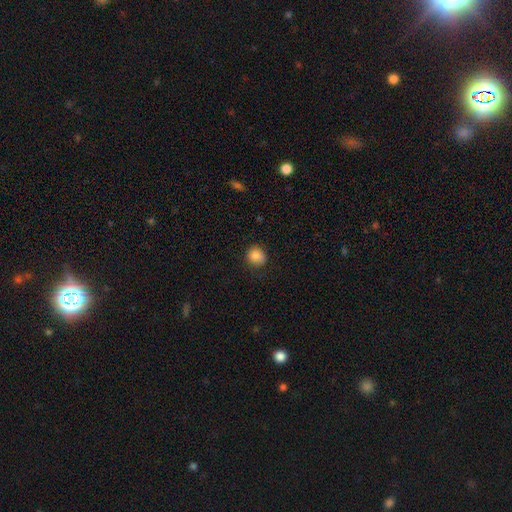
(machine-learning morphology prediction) A smooth galaxy with no disk features (85%) that is round (83%).

Vote fractions:
- Smooth or featured? smooth: 85% / star or artifact: 9% / featured or disk: 6%
- How rounded? round: 83% / in between: 16% / cigar-shaped: 1%
- Merging? none: 78% / minor disturbance: 17% / major disturbance: 4% / merger: 1%